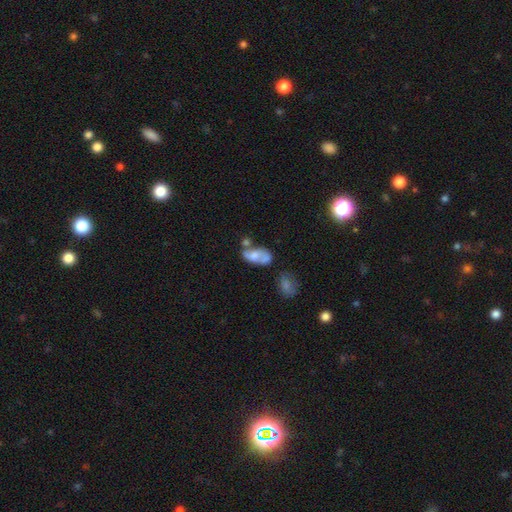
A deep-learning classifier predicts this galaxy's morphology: This is possibly a smooth galaxy (53%). How rounded: clearly in between (89%). Merging: marginally merger (40%).